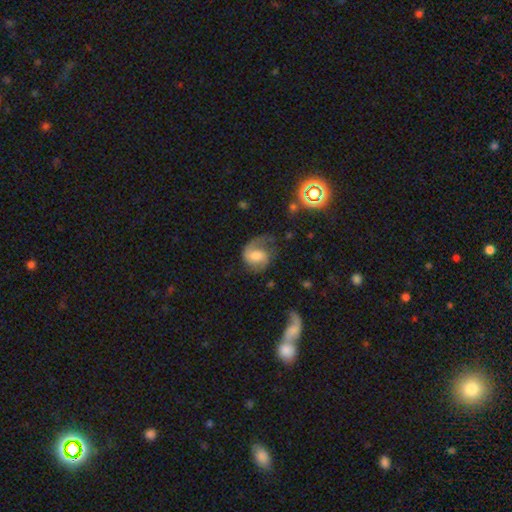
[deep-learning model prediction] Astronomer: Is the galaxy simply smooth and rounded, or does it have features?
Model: featured or disk — 62%.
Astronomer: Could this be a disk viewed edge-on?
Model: no — 97%.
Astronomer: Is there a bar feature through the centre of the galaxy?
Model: weak — 47% (runner-up: no, 37%).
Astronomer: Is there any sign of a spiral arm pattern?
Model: yes — 90%.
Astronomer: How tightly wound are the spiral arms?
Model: medium — 45% (runner-up: loose, 36%).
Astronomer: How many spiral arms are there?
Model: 2 — 64%.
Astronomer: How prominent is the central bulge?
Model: moderate — 50% (runner-up: small, 25%).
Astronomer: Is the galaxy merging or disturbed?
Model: none — 49% (runner-up: minor disturbance, 25%).